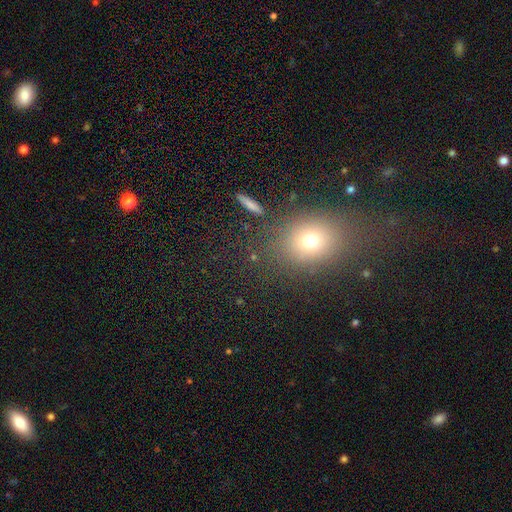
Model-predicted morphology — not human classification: The model was most divided on "how rounded": round: 55%, in between: 42%, cigar-shaped: 3%. More confident: merging — none (75%); smooth or featured — smooth (61%).